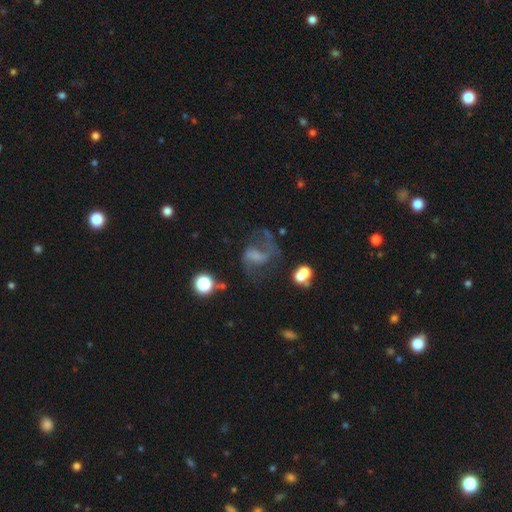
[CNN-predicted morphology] This appears to be a featured or disk galaxy (70%) with a weak bar (44%), 2 (83%) loose (49%) spiral arms (88%) and no central bulge (45%). Merging: none (58%).